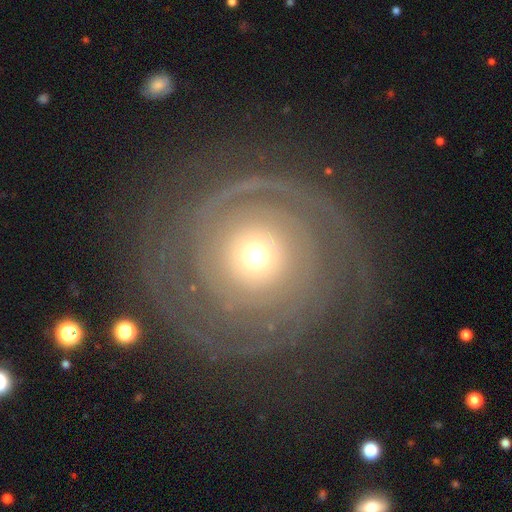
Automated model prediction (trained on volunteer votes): Smooth or featured: featured or disk — 73% (smooth — 18%)
Edge-on disk: no — 97% (yes — 3%)
Bar: no — 88% (weak — 8%)
Spiral arms: yes — 78% (no — 22%)
Spiral winding: tight — 68% (medium — 19%)
Spiral arm count: can't tell — 31% (2 — 28%)
Bulge size: moderate — 48% (small — 36%)
Merging: none — 73% (major disturbance — 14%)